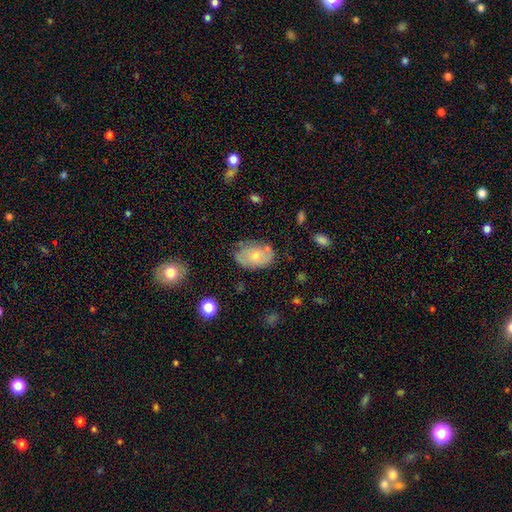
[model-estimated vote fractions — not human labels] This is possibly a smooth galaxy (51%). How rounded: clearly in between (84%). Merging: likely none (68%).